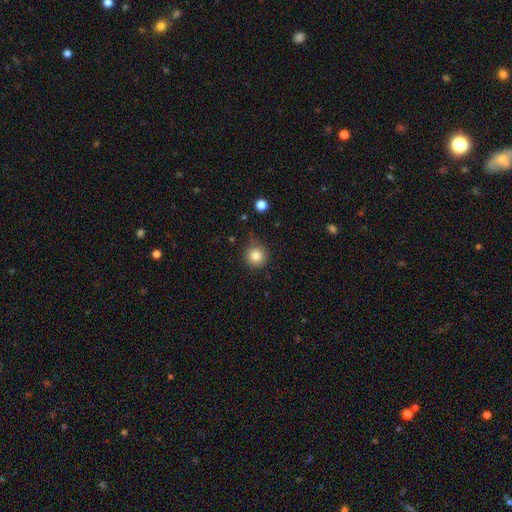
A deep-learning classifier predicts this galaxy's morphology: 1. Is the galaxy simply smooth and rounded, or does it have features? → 84% smooth, 11% star or artifact, 5% featured or disk.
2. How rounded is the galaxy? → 94% round, 5% in between, 1% cigar-shaped.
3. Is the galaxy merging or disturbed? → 81% none, 13% minor disturbance, 3% major disturbance, 2% merger.